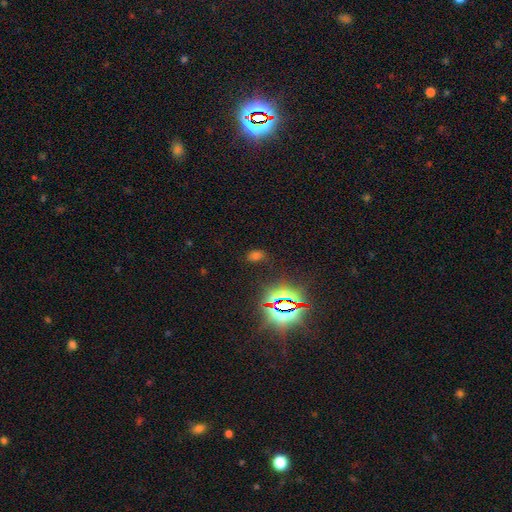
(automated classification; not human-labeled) Overall: smooth (46%, tied with star or artifact). Merging: none (78%).